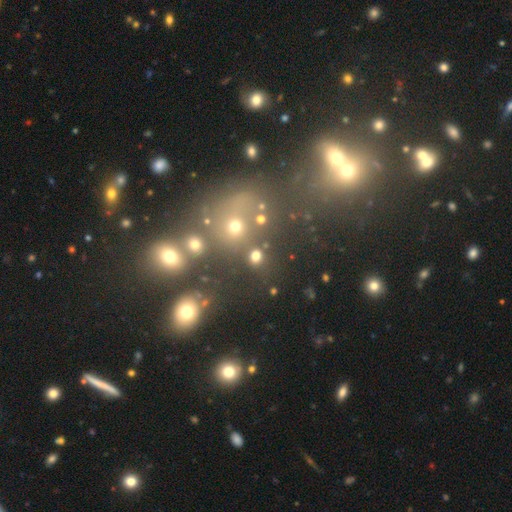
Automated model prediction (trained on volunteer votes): This is likely a smooth galaxy (73%). How rounded: clearly round (84%). Merging: likely none (77%).